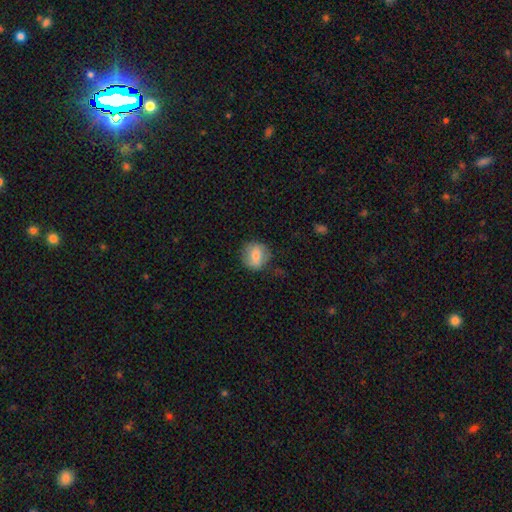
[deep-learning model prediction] Smooth or featured: smooth — 72% (featured or disk — 20%)
How rounded: round — 82% (in between — 17%)
Merging: none — 76% (minor disturbance — 17%)